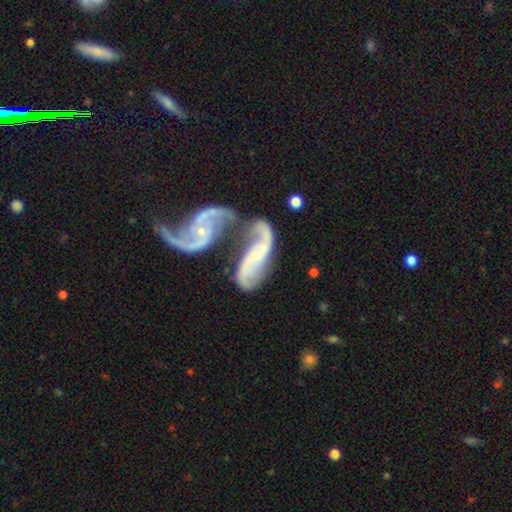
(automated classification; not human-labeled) featured or disk 83%, smooth 12%, star or artifact 5%. Down the decision tree: edge-on disk — no (94%); bar — no (49%); spiral arms — yes (92%); spiral arm count — 2 (86%); spiral winding — loose (70%); bulge size — small (65%); merging — merger (67%).